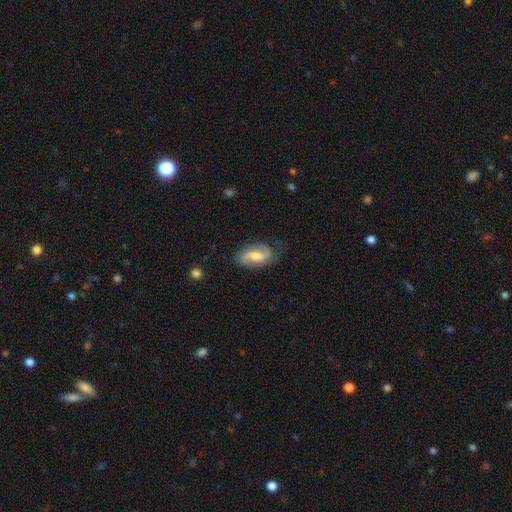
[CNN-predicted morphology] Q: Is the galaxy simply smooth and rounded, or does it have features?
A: featured or disk — 80%.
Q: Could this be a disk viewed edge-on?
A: no — 96%.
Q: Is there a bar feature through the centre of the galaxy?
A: weak — 45%.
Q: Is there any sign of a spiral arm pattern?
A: yes — 95%.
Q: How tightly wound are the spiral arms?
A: loose — 49%.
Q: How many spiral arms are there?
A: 2 — 90%.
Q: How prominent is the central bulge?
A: moderate — 61%.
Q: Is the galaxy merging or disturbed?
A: none — 77%.